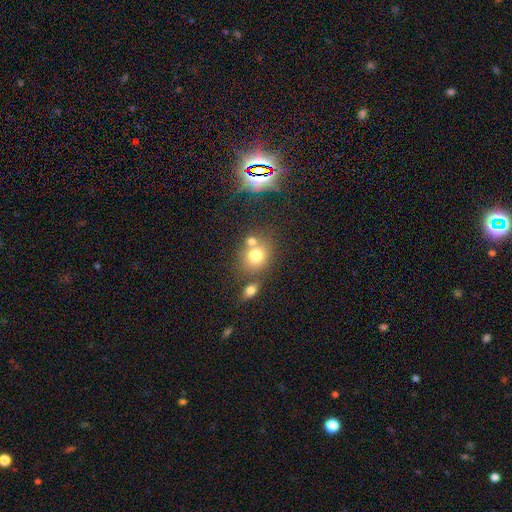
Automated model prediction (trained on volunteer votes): Smooth or featured? Predicted: smooth (p=0.73). How rounded? Predicted: round (p=0.71). Merging? Predicted: none (p=0.53).